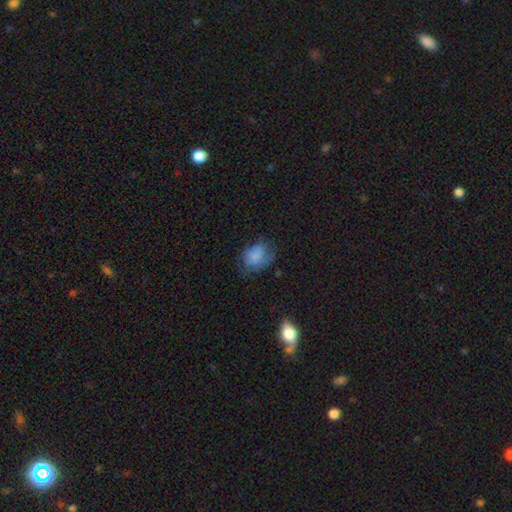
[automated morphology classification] Q: Smooth or featured?
A: smooth (73%); runner-up: featured or disk (17%)
Q: How rounded?
A: in between (55%); runner-up: round (44%)
Q: Merging?
A: none (49%); runner-up: minor disturbance (31%)